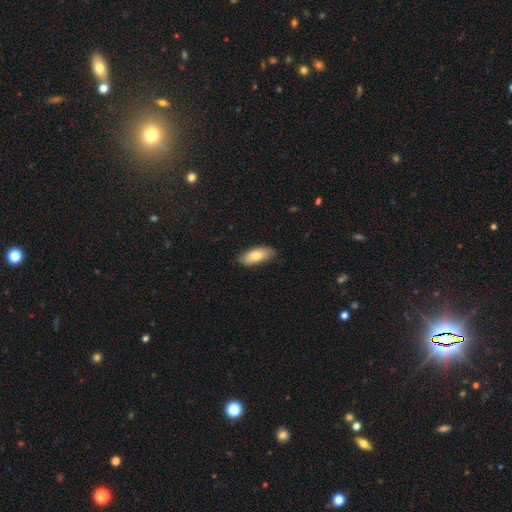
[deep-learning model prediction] Q: Smooth or featured?
A: smooth (77%); runner-up: featured or disk (17%)
Q: How rounded?
A: in between (87%); runner-up: cigar-shaped (11%)
Q: Merging?
A: none (81%); runner-up: minor disturbance (15%)